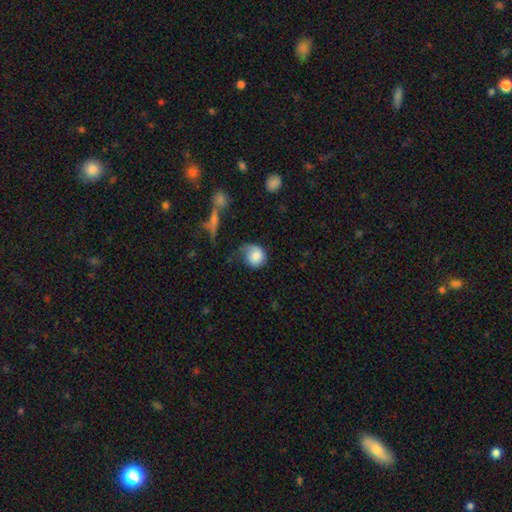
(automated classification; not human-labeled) A smooth galaxy with no disk features (71%) that is round (74%). Merging: none (37%).